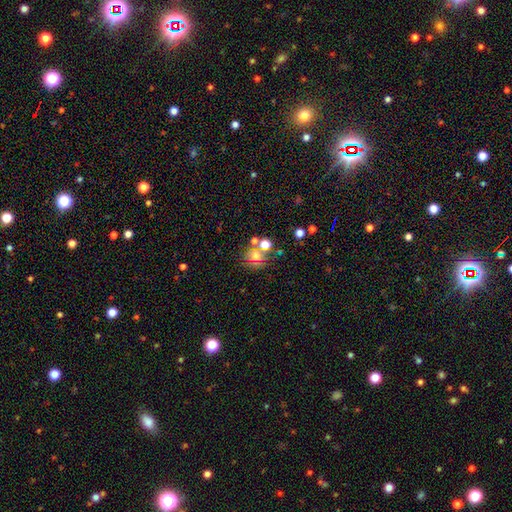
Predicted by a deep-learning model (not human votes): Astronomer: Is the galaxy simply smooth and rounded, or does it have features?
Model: smooth — 58%.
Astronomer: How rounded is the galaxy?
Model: round — 82%.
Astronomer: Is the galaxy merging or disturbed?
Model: none — 61%.